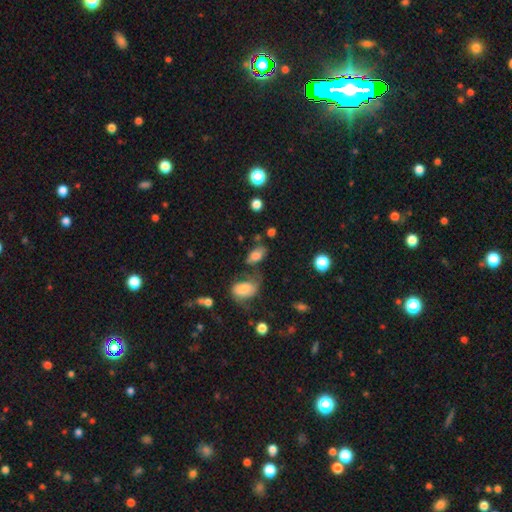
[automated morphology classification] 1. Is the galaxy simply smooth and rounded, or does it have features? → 74% smooth, 14% featured or disk, 12% star or artifact.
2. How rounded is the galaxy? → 88% in between, 7% round, 4% cigar-shaped.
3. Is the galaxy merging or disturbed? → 48% none, 22% minor disturbance, 17% merger, 13% major disturbance.